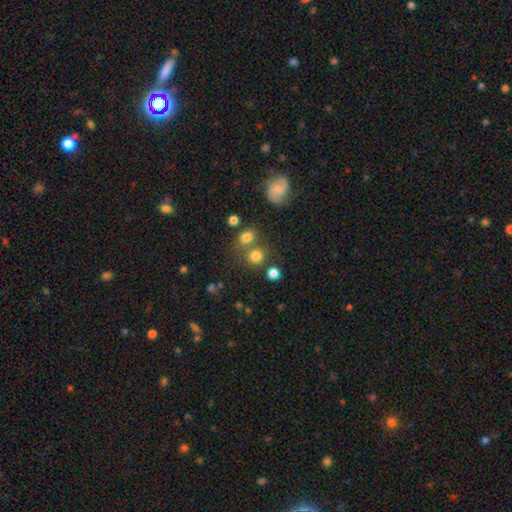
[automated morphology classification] type=smooth (77%); roundness=round (78%); merging=none (60%).